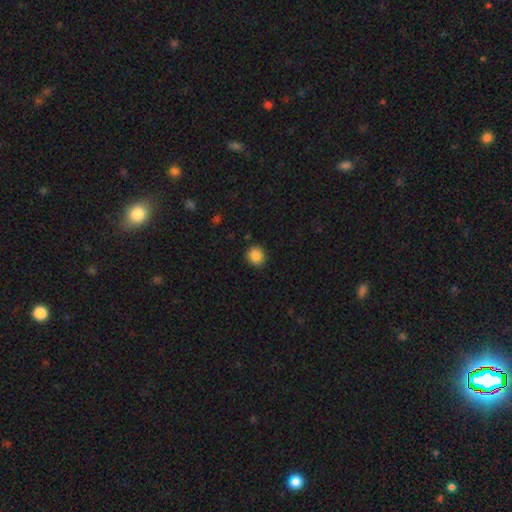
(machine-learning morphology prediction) Smooth or featured: smooth — 87% (star or artifact — 9%)
How rounded: round — 87% (in between — 13%)
Merging: none — 90% (minor disturbance — 7%)